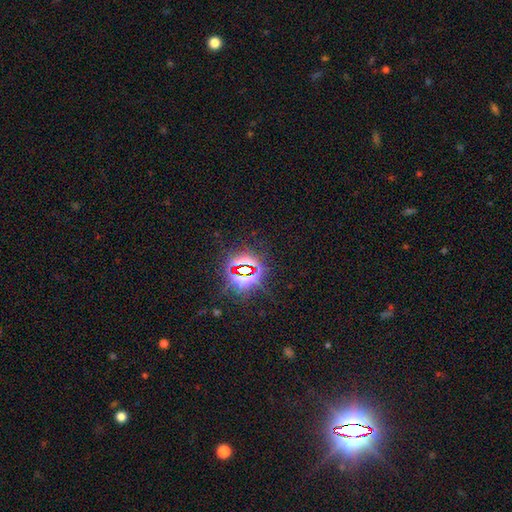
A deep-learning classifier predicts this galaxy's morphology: This appears to be a star or artifact, not a galaxy (84%).